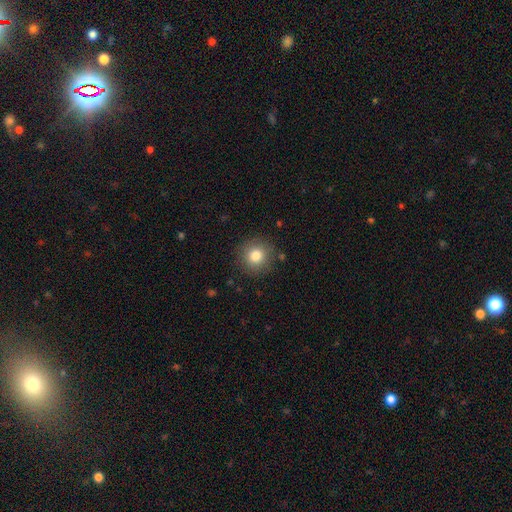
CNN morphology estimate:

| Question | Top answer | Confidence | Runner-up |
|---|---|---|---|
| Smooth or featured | smooth | 81% | star or artifact (11%) |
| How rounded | round | 93% | in between (6%) |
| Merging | none | 88% | minor disturbance (8%) |